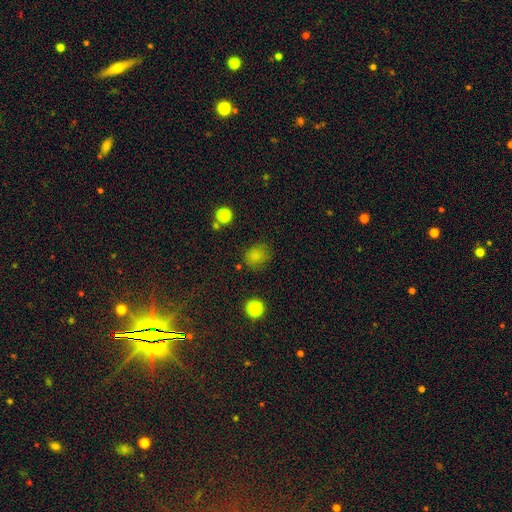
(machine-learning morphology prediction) A smooth galaxy with no disk features (78%) that is round (69%). Merging: none (76%).